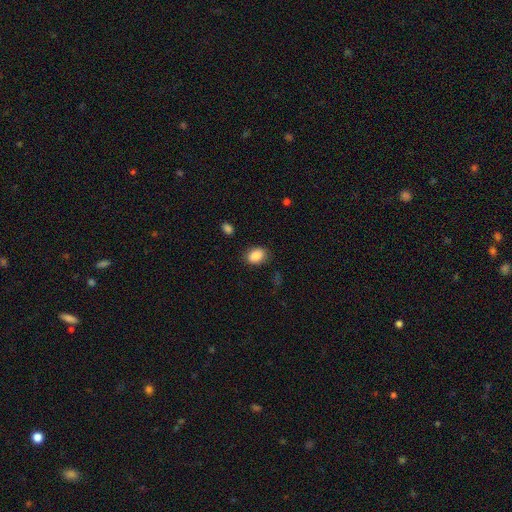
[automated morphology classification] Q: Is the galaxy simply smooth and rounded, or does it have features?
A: smooth — 87%.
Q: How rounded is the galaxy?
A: in between — 74%.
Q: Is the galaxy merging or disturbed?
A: none — 83%.